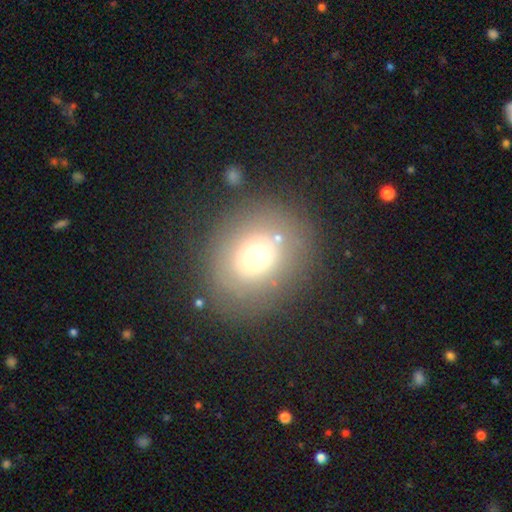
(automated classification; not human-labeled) Morphology: type=smooth (60%); roundness=round (67%); merging=none (77%).